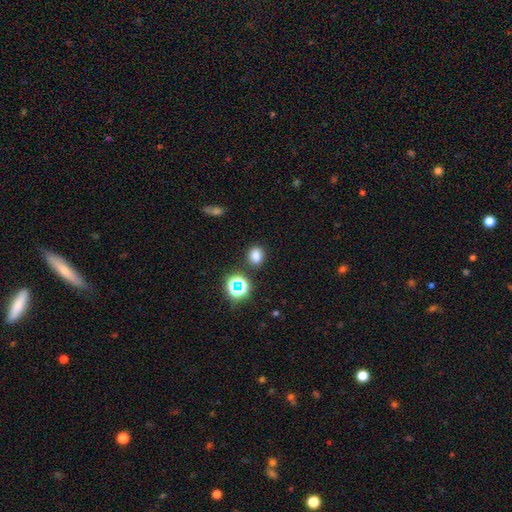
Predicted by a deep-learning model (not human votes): smooth-or-featured: smooth: 77% | star or artifact: 18% | featured or disk: 5%
  how-rounded: round: 55% | in between: 44% | cigar-shaped: 1%
  merging: none: 85% | minor disturbance: 8% | merger: 4% | major disturbance: 3%